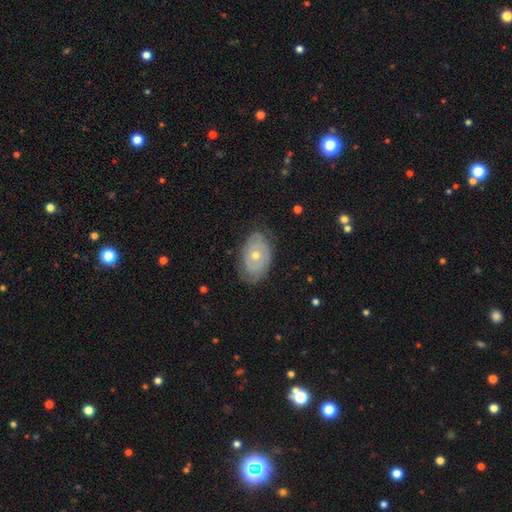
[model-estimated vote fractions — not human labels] Morphology: type=featured or disk (62%); edge-on=no (93%); bar=no (85%); spiral arms=yes (64%); bulge=moderate (55%); merging=none (72%).